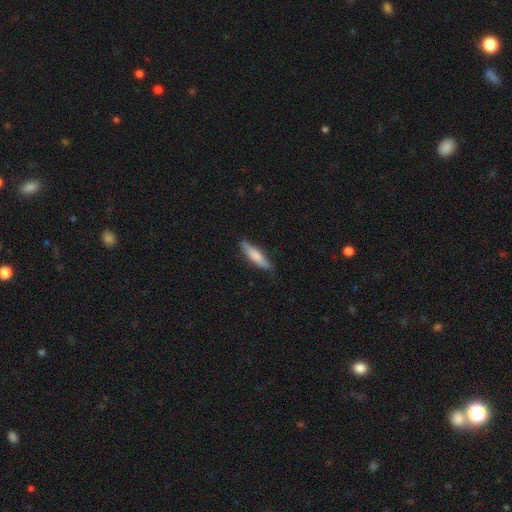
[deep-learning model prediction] Smooth or featured: smooth — 72% (featured or disk — 22%)
How rounded: cigar-shaped — 76% (in between — 23%)
Merging: none — 78% (minor disturbance — 18%)